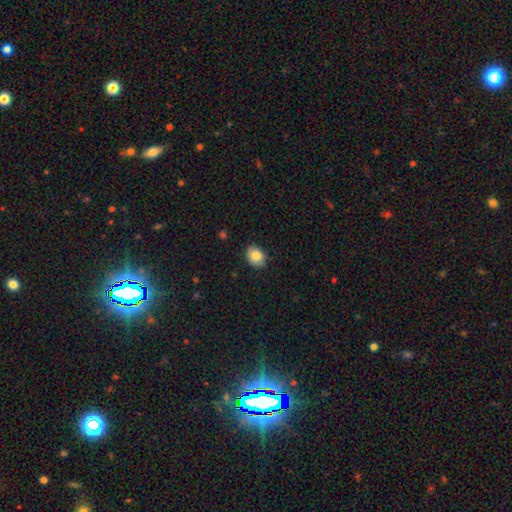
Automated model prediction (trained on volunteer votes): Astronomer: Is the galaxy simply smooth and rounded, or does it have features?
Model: smooth — 84%.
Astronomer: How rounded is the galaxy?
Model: in between — 62%.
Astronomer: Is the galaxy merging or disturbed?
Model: none — 84%.